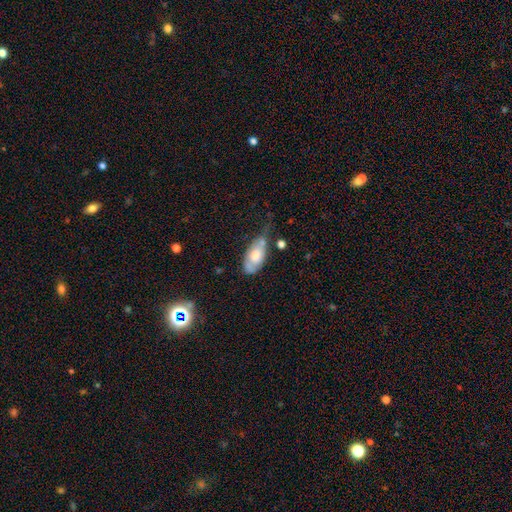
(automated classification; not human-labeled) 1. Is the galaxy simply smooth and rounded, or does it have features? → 63% smooth, 31% featured or disk, 7% star or artifact.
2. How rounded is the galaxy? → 90% in between, 6% cigar-shaped, 4% round.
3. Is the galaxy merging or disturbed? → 37% minor disturbance, 31% none, 19% major disturbance, 13% merger.